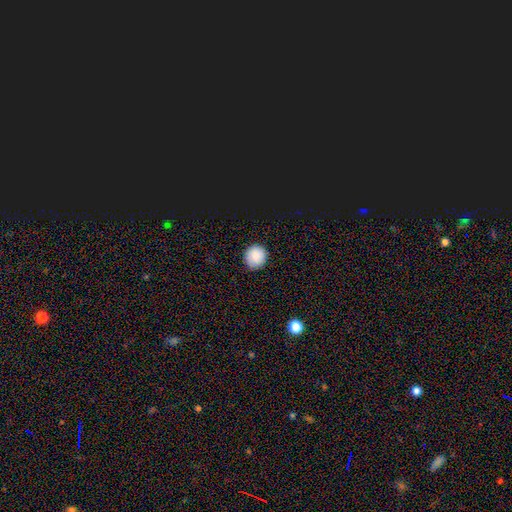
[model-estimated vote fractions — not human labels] smooth-or-featured: smooth: 86% | star or artifact: 9% | featured or disk: 5%
  how-rounded: round: 90% | in between: 9% | cigar-shaped: 1%
  merging: none: 88% | minor disturbance: 9% | major disturbance: 2% | merger: 1%